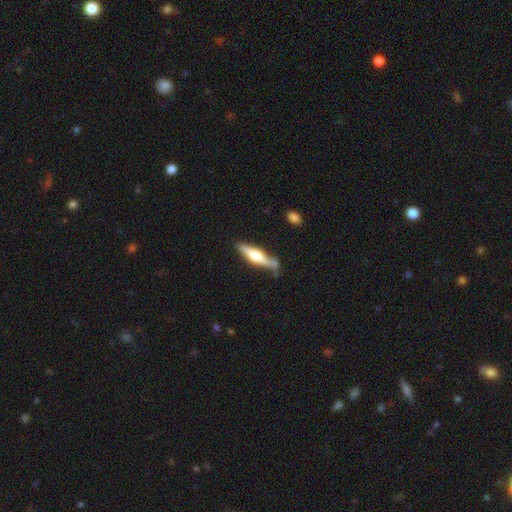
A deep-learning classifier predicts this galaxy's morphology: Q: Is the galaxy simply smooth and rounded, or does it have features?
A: featured or disk — 60%.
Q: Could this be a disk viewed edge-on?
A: yes — 95%.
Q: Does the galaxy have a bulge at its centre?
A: rounded — 88%.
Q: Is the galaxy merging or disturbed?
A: none — 72%.